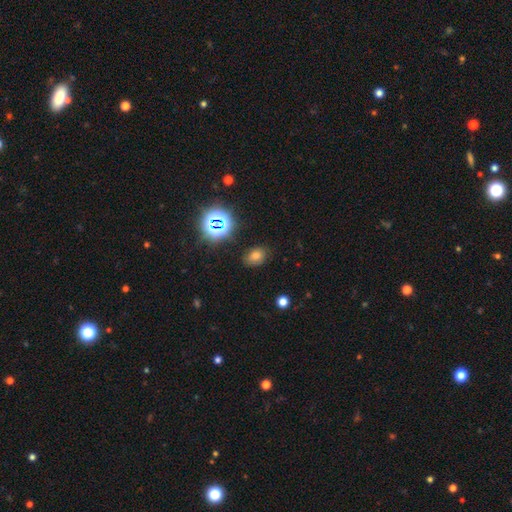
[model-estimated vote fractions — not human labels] A smooth galaxy with no disk features (64%) that is in between round and cigar-shaped (66%). Merging: none (83%).